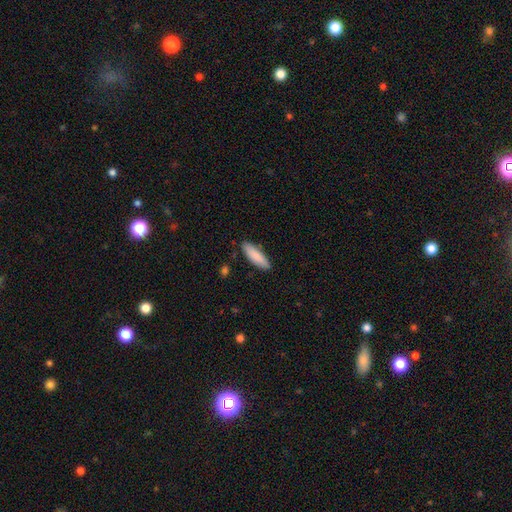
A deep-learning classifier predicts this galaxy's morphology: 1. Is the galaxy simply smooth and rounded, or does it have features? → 86% smooth, 8% featured or disk, 6% star or artifact.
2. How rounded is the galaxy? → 56% cigar-shaped, 43% in between, 1% round.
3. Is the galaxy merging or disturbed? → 86% none, 10% minor disturbance, 2% major disturbance, 2% merger.